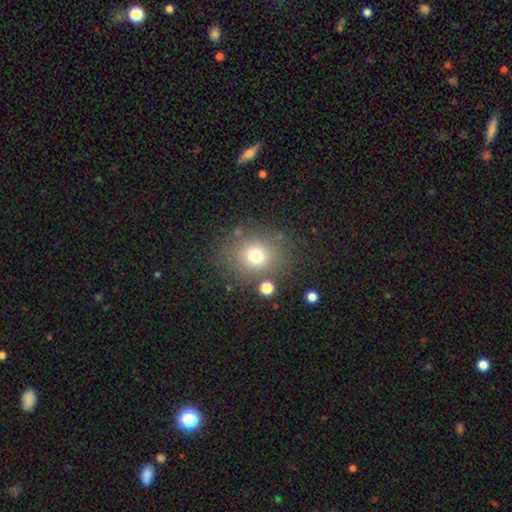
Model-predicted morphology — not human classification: A smooth galaxy with no disk features (72%) that is round (71%).

Vote fractions:
- Smooth or featured? smooth: 72% / star or artifact: 16% / featured or disk: 11%
- How rounded? round: 71% / in between: 28% / cigar-shaped: 1%
- Merging? none: 79% / minor disturbance: 11% / major disturbance: 6% / merger: 5%